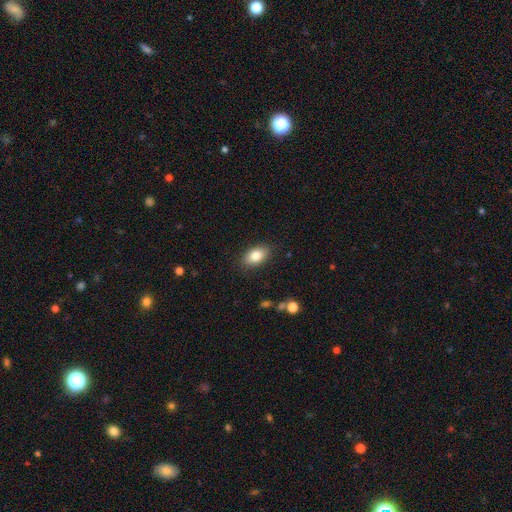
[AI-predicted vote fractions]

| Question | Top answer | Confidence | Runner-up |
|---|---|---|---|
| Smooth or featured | smooth | 82% | featured or disk (10%) |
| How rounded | in between | 89% | round (9%) |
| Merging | none | 86% | minor disturbance (10%) |